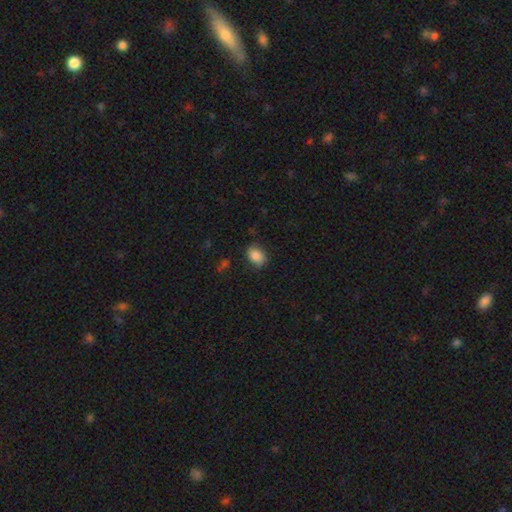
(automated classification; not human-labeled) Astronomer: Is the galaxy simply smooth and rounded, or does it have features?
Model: smooth — 86%.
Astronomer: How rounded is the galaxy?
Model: in between — 75%.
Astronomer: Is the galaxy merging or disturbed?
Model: none — 79%.